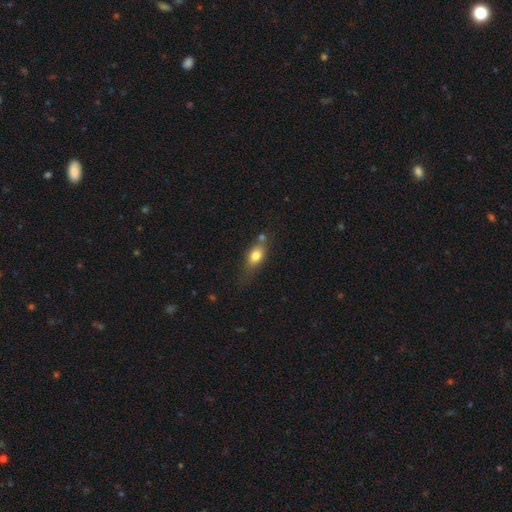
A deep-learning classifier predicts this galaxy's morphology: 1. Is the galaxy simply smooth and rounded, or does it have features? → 74% smooth, 17% featured or disk, 9% star or artifact.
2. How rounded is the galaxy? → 76% in between, 12% round, 12% cigar-shaped.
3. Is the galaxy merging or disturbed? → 52% none, 23% minor disturbance, 16% merger, 8% major disturbance.